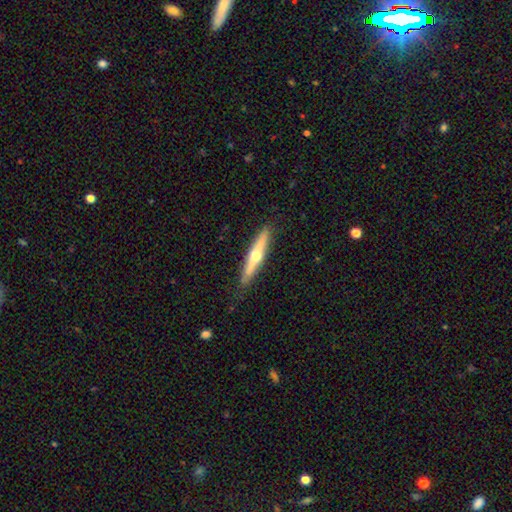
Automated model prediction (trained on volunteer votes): Morphology: type=featured or disk (60%); edge-on=yes (94%); edge-on bulge=rounded (92%); merging=none (88%).